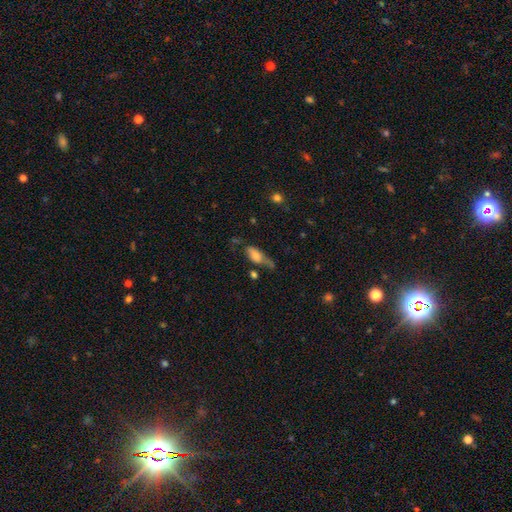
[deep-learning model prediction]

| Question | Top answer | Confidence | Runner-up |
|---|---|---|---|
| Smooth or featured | smooth | 70% | featured or disk (21%) |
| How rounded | in between | 79% | cigar-shaped (17%) |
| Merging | none | 33% | tied: minor disturbance (33%) |